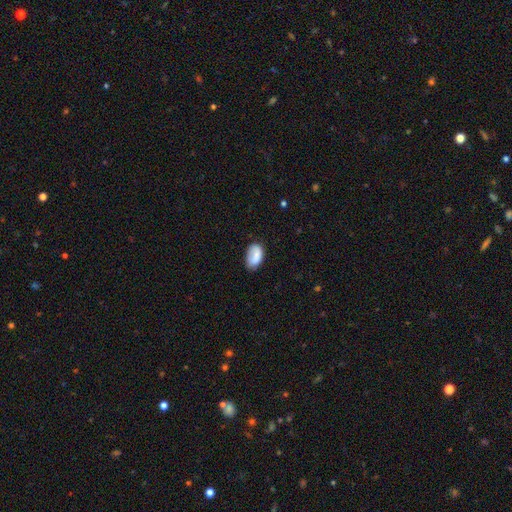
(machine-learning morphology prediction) Smooth or featured? smooth (80%)
How rounded? in between (92%)
Merging? none (64%)